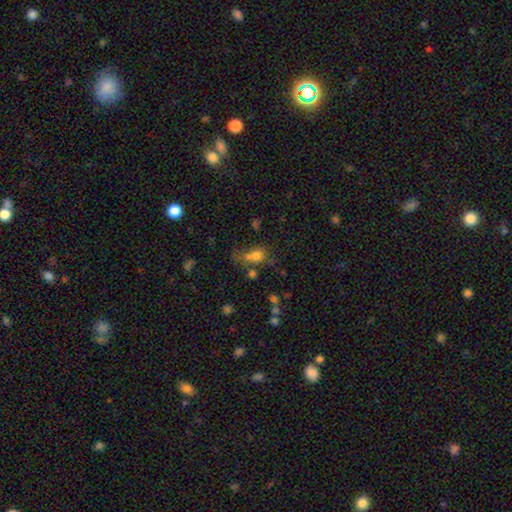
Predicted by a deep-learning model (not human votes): A smooth galaxy with no disk features (71%) that is round (57%).

Vote fractions:
- Smooth or featured? smooth: 71% / star or artifact: 16% / featured or disk: 13%
- How rounded? round: 57% / in between: 41% / cigar-shaped: 2%
- Merging? none: 35% / merger: 33% / minor disturbance: 16% / major disturbance: 15%